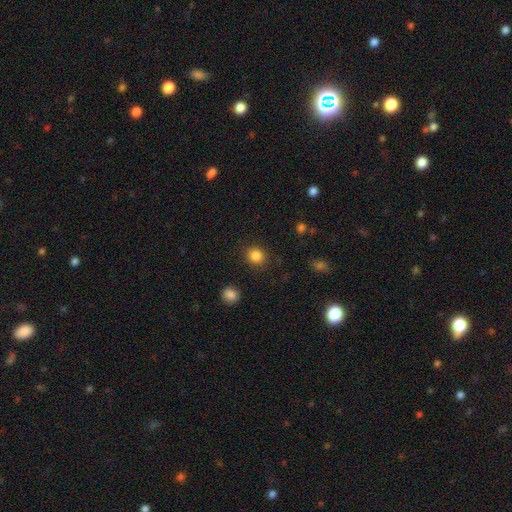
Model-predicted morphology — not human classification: Q: Smooth or featured?
A: smooth (85%); runner-up: star or artifact (11%)
Q: How rounded?
A: round (77%); runner-up: in between (23%)
Q: Merging?
A: none (88%); runner-up: minor disturbance (8%)